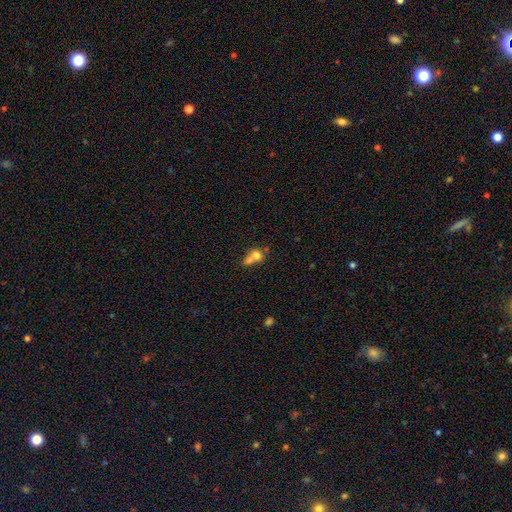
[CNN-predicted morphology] smooth_or_featured: smooth (p=0.71) [alt: featured or disk p=0.18]
how_rounded: round (p=0.69) [alt: in between p=0.30]
merging: merger (p=0.68) [alt: none p=0.22]